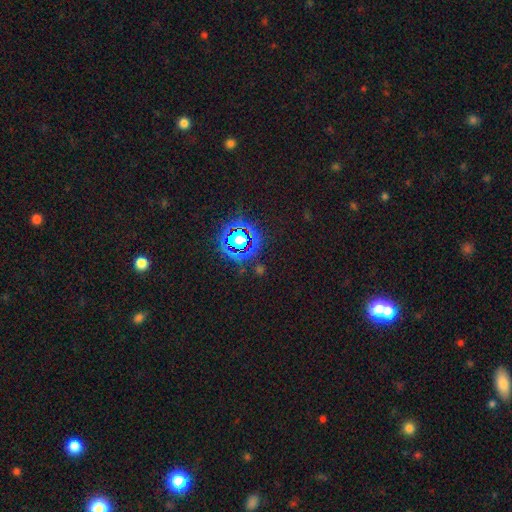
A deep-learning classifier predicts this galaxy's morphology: Q: Smooth or featured?
A: star or artifact (80%); runner-up: smooth (13%)